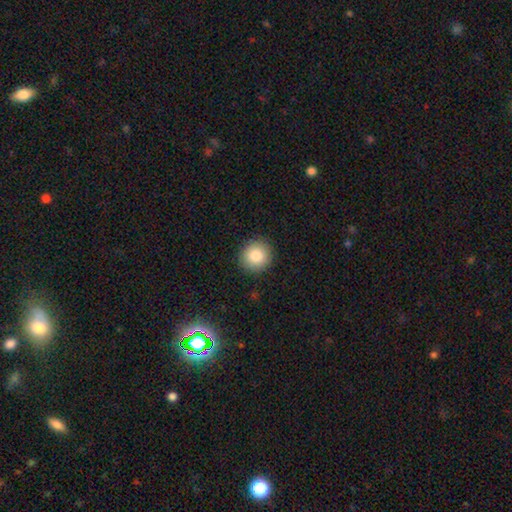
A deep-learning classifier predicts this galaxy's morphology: Q: Smooth or featured?
A: smooth (83%); runner-up: star or artifact (9%)
Q: How rounded?
A: round (91%); runner-up: in between (8%)
Q: Merging?
A: none (91%); runner-up: minor disturbance (6%)